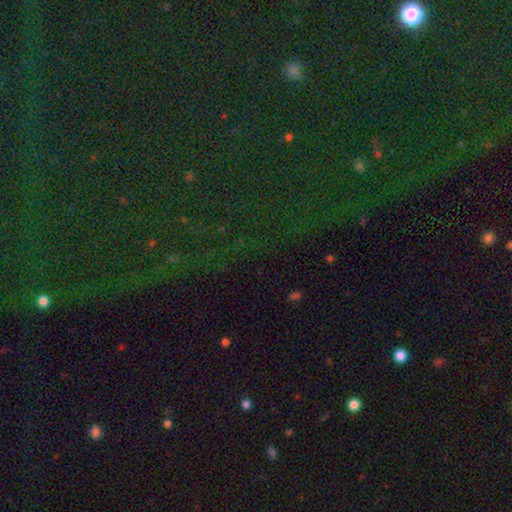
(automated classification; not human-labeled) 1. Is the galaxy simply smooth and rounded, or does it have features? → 81% star or artifact, 11% smooth, 8% featured or disk.